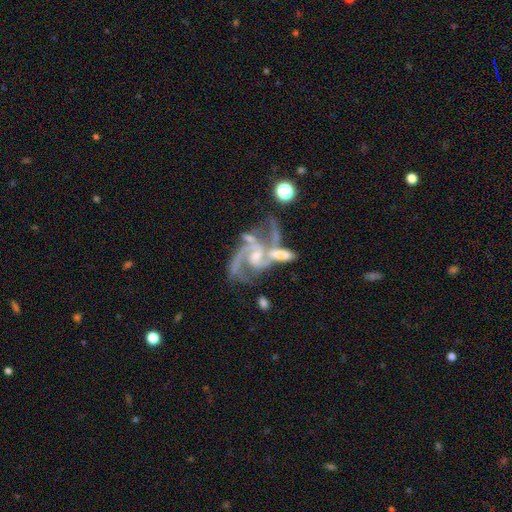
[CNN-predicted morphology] Smooth or featured: featured or disk — 90% (star or artifact — 6%)
Edge-on disk: no — 97% (yes — 3%)
Bar: no — 51% (weak — 36%)
Spiral arms: yes — 97% (no — 3%)
Spiral winding: medium — 54% (loose — 27%)
Spiral arm count: 2 — 73% (3 — 13%)
Bulge size: small — 55% (moderate — 33%)
Merging: merger — 38% (none — 27%)